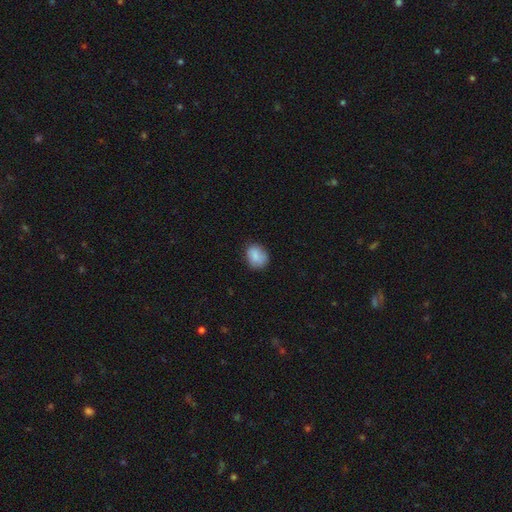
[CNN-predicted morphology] type=smooth (83%); roundness=in between (50%); merging=none (72%).